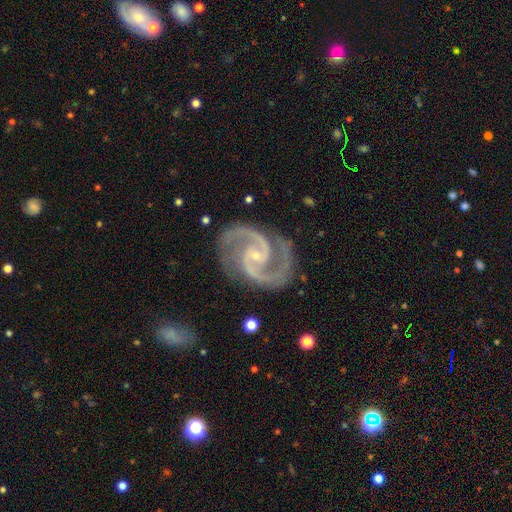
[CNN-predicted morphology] The model was most divided on "bar": no: 50%, weak: 35%, strong: 15%. More confident: spiral arms — yes (99%); edge-on disk — no (98%); smooth or featured — featured or disk (94%); spiral arm count — 2 (93%); bulge size — small (82%); merging — none (80%); spiral winding — medium (66%).